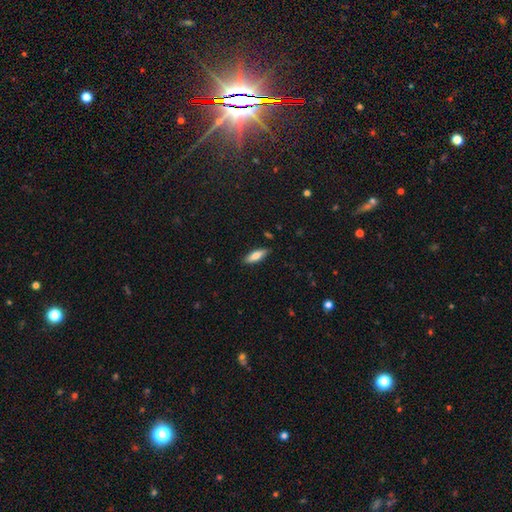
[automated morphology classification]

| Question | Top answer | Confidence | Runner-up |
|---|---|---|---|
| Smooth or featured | smooth | 72% | featured or disk (22%) |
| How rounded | in between | 53% | cigar-shaped (45%) |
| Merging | none | 87% | minor disturbance (10%) |